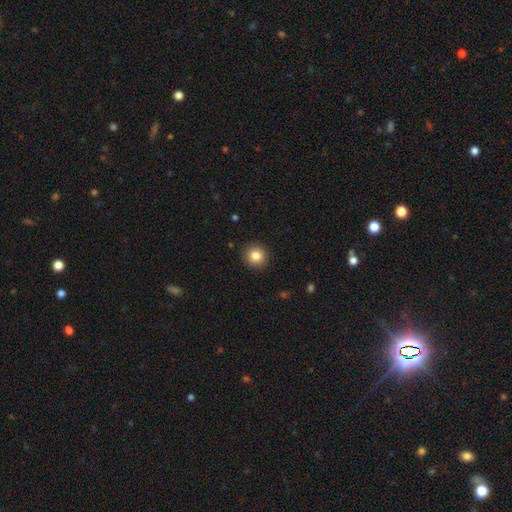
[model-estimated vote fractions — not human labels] smooth 84%, star or artifact 10%, featured or disk 6%. Down the decision tree: how rounded — round (94%); merging — none (92%).